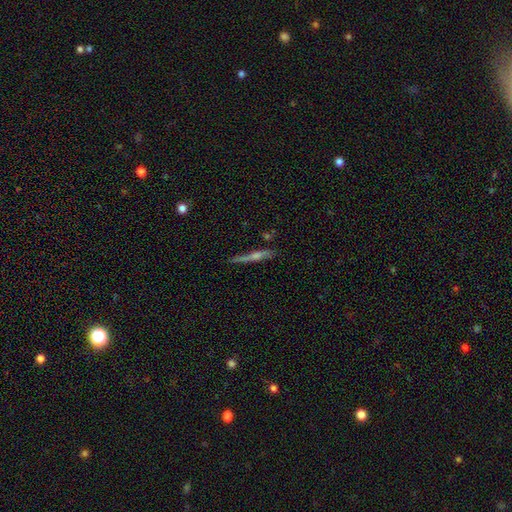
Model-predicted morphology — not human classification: Q: Smooth or featured?
A: featured or disk (59%); runner-up: smooth (26%)
Q: Edge-on disk?
A: yes (91%); runner-up: no (9%)
Q: Edge-on bulge?
A: rounded (68%); runner-up: none (23%)
Q: Merging?
A: none (82%); runner-up: minor disturbance (11%)